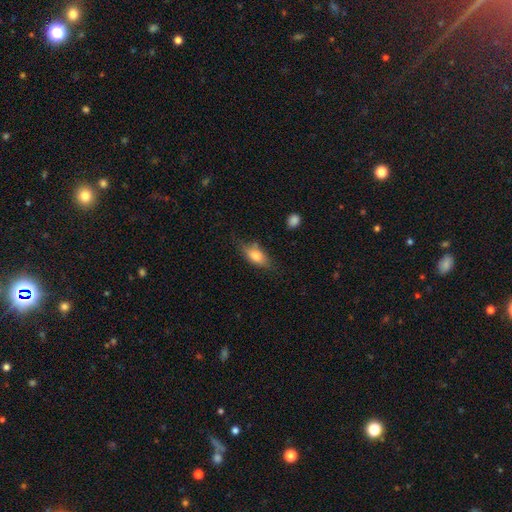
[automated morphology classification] smooth_or_featured: smooth (p=0.74) [alt: featured or disk p=0.19]
how_rounded: in between (p=0.81) [alt: cigar-shaped p=0.14]
merging: none (p=0.70) [alt: minor disturbance p=0.22]